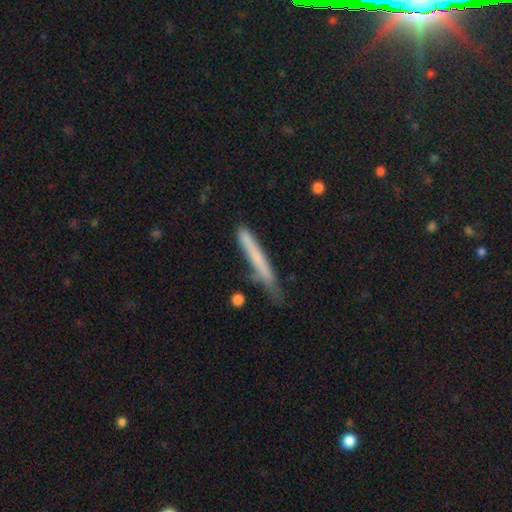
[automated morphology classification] A smooth galaxy with no disk features (63%) that is cigar-shaped (96%). Merging: none (67%).